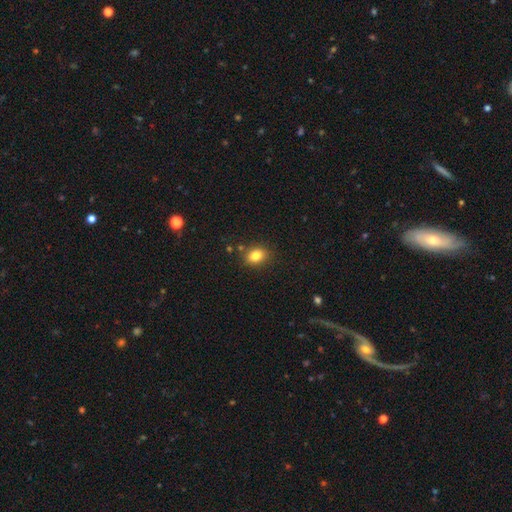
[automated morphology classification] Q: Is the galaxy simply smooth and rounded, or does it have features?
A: smooth — 82%.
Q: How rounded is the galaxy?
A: in between — 64%.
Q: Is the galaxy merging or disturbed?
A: none — 81%.